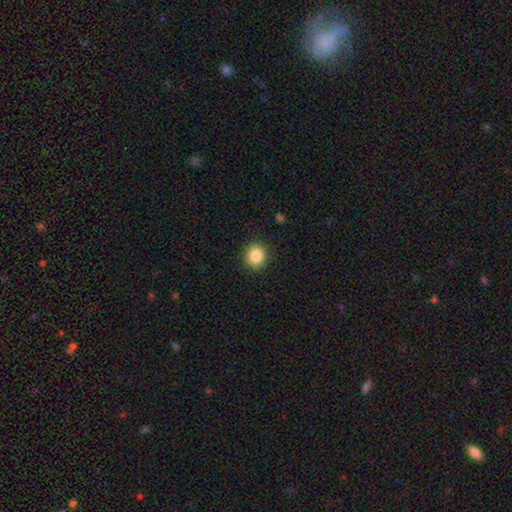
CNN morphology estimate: This appears to be a smooth galaxy with no disk features (86%) that is round (80%). Merging: none (90%).